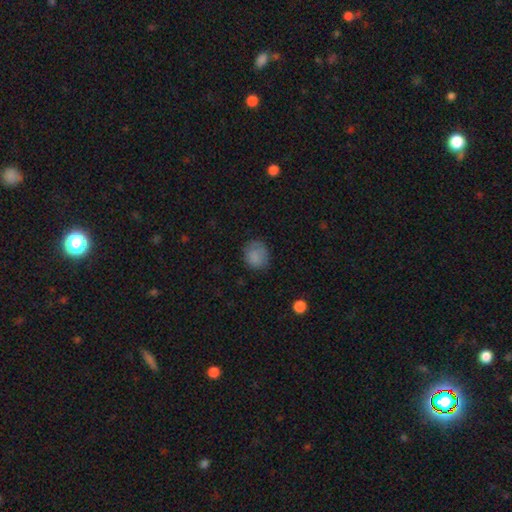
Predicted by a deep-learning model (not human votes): This appears to be a smooth galaxy with no disk features (82%) that is round (69%). Merging: none (70%).